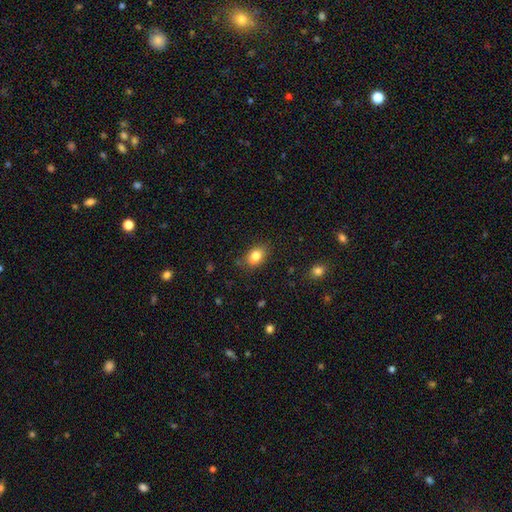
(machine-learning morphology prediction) Q: Smooth or featured?
A: smooth (82%); runner-up: star or artifact (9%)
Q: How rounded?
A: in between (78%); runner-up: round (21%)
Q: Merging?
A: none (82%); runner-up: minor disturbance (14%)